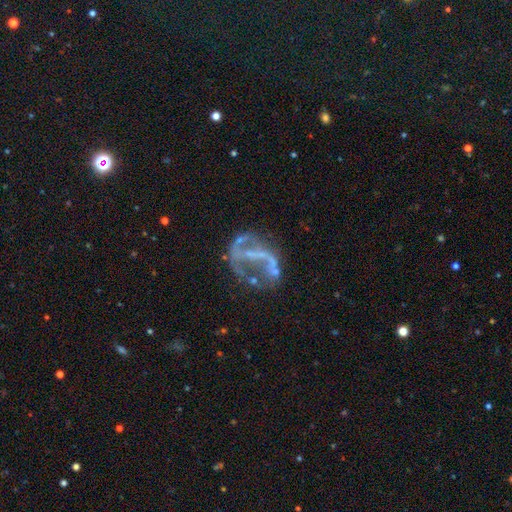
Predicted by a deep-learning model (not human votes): smooth-or-featured: featured or disk: 73% | star or artifact: 15% | smooth: 12%
  disk-edge-on: no: 97% | yes: 3%
    bar: no: 41% | strong: 33% | weak: 26%
    has-spiral-arms: no: 54% | yes: 46%
    bulge-size: none: 65% | small: 27% | moderate: 6% | large: 1% | dominant: 1%
  merging: major disturbance: 38% | none: 36% | minor disturbance: 17% | merger: 9%